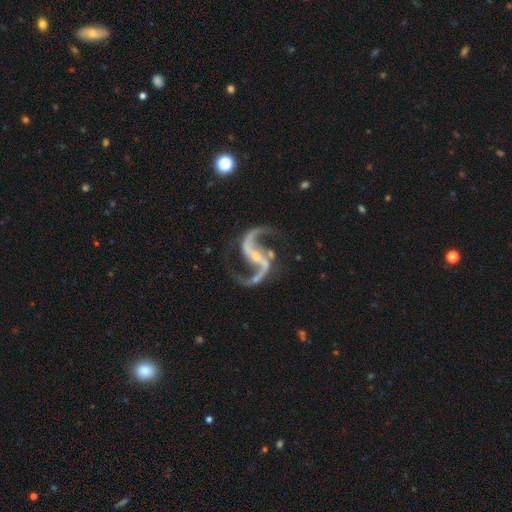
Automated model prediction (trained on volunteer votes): smooth-or-featured: featured or disk: 94% | star or artifact: 4% | smooth: 2%
  disk-edge-on: no: 98% | yes: 2%
    bar: strong: 44% | weak: 33% | no: 23%
    has-spiral-arms: yes: 98% | no: 2%
      spiral-winding: loose: 67% | medium: 28% | tight: 5%
      spiral-arm-count: 2: 95% | 1: 1% | 3: 1% | can't tell: 1% | 4: 1% | more than 4: 1%
    bulge-size: small: 72% | moderate: 16% | none: 10% | large: 1% | dominant: 1%
  merging: none: 74% | minor disturbance: 14% | major disturbance: 8% | merger: 3%